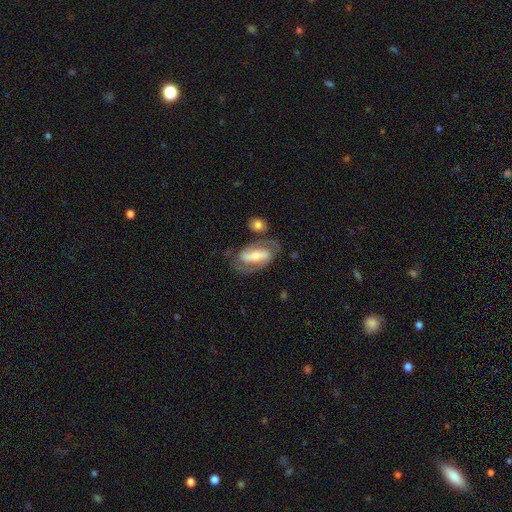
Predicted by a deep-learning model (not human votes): Smooth or featured?
  - featured or disk: 73% *
  - smooth: 21%
  - star or artifact: 6%
Edge-on disk?
  - no: 92% *
  - yes: 8%
Bar?
  - strong: 60% *
  - weak: 24%
  - no: 16%
Spiral arms?
  - yes: 87% *
  - no: 13%
Spiral winding?
  - medium: 47% *
  - tight: 31%
  - loose: 21%
Spiral arm count?
  - 2: 86% *
  - can't tell: 7%
  - 1: 4%
  - 3: 1%
  - 4: 1%
  - more than 4: 1%
Bulge size?
  - moderate: 45% *
  - small: 36%
  - large: 12%
  - none: 4%
  - dominant: 2%
Merging?
  - none: 68% *
  - minor disturbance: 16%
  - major disturbance: 9%
  - merger: 7%